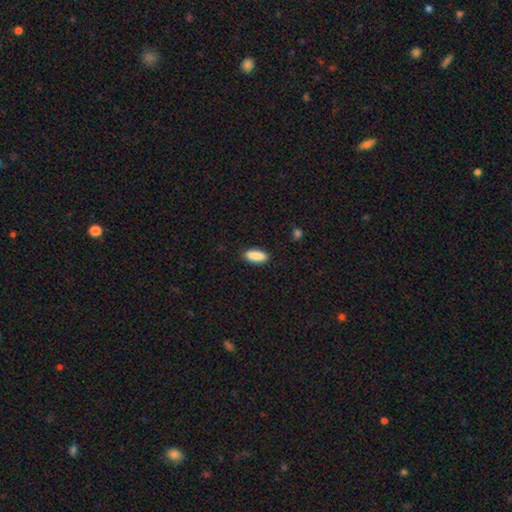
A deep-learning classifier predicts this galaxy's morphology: smooth 89%, star or artifact 7%, featured or disk 5%. Down the decision tree: how rounded — in between (71%); merging — none (88%).